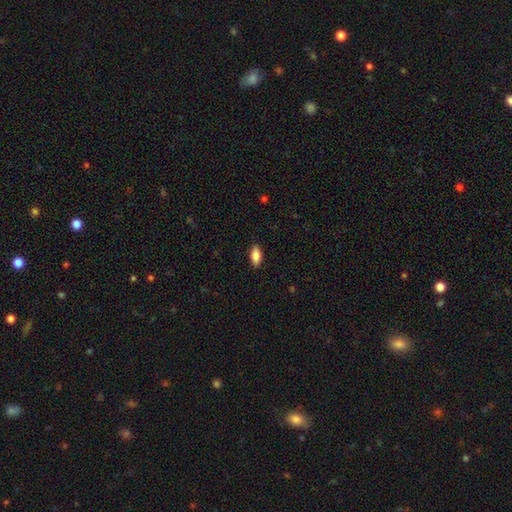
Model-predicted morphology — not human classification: Smooth or featured?
  - smooth: 85% *
  - featured or disk: 7%
  - star or artifact: 7%
How rounded?
  - in between: 90% *
  - cigar-shaped: 6%
  - round: 4%
Merging?
  - none: 88% *
  - minor disturbance: 9%
  - major disturbance: 2%
  - merger: 1%